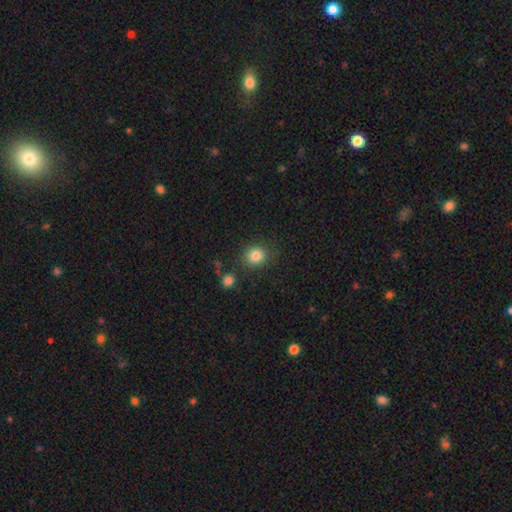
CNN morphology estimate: A smooth galaxy with no disk features (83%) that is round (87%). Merging: none (83%).